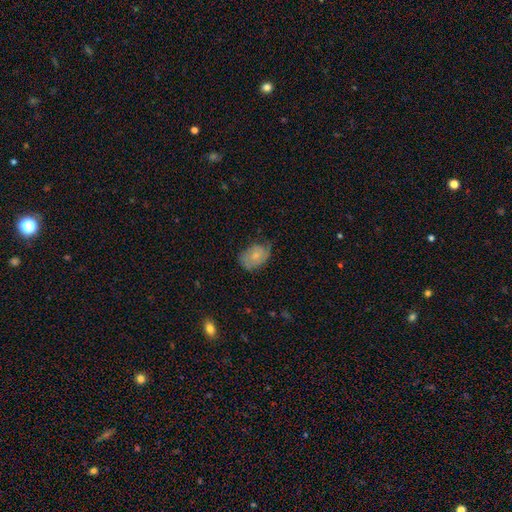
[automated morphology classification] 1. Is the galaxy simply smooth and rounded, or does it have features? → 61% smooth, 31% featured or disk, 8% star or artifact.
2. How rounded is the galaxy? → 81% in between, 18% round, 1% cigar-shaped.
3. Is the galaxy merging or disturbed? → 53% none, 33% minor disturbance, 12% major disturbance, 2% merger.